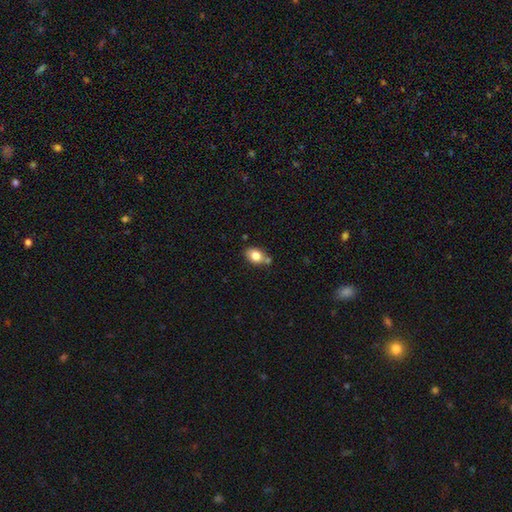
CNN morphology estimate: A smooth galaxy with no disk features (80%) that is in between round and cigar-shaped (75%). Merging: none (58%).